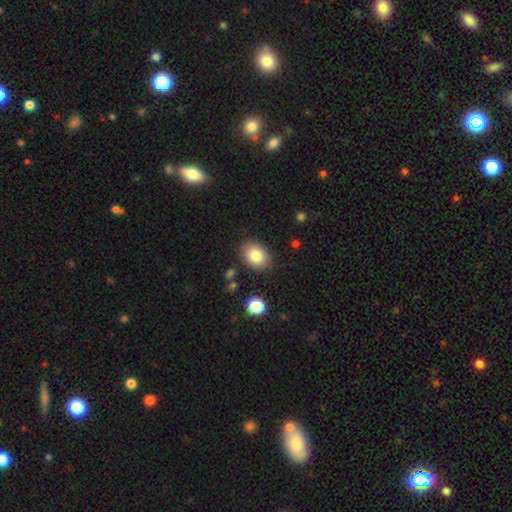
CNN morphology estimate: smooth_or_featured: smooth (p=0.83) [alt: featured or disk p=0.09]
how_rounded: in between (p=0.76) [alt: round p=0.23]
merging: none (p=0.84) [alt: minor disturbance p=0.11]